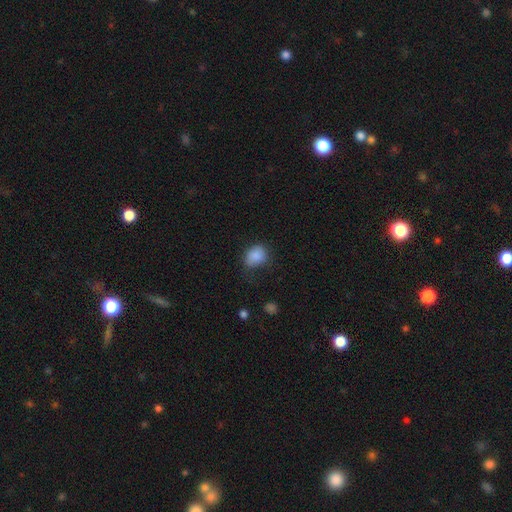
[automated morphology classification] The model was most divided on "how rounded": in between: 53%, round: 46%, cigar-shaped: 1%. More confident: smooth or featured — smooth (86%); merging — none (58%).